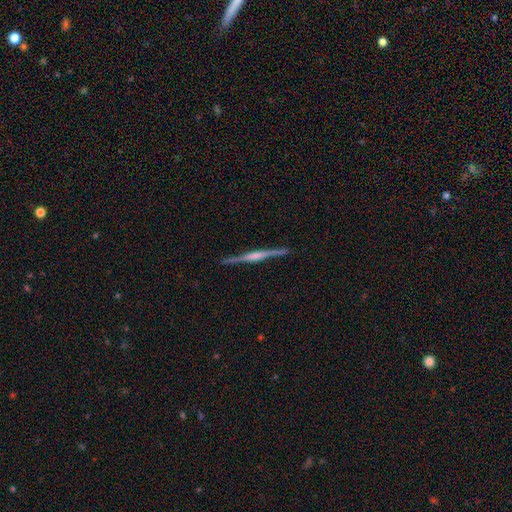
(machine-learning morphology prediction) Smooth or featured: featured or disk — 80% (smooth — 14%)
Edge-on disk: yes — 98% (no — 2%)
Edge-on bulge: rounded — 71% (none — 18%)
Merging: none — 91% (minor disturbance — 6%)